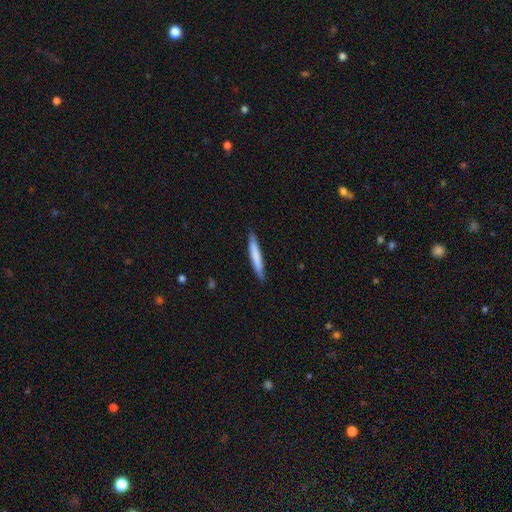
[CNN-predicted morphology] Smooth or featured? Predicted: smooth (p=0.72). How rounded? Predicted: cigar-shaped (p=0.94). Merging? Predicted: none (p=0.87).